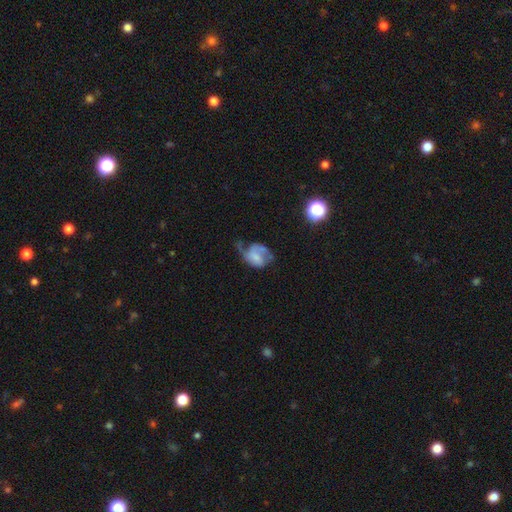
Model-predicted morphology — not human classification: Smooth or featured? featured or disk (56%)
Edge-on disk? no (97%)
Bar? no (60%)
Spiral arms? yes (77%)
Bulge size? none (35%)
Merging? major disturbance (40%)